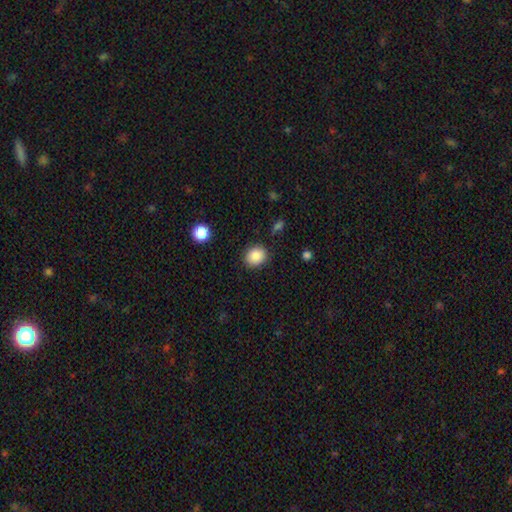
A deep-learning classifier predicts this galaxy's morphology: This appears to be a smooth galaxy with no disk features (86%) that is round (68%). Merging: none (87%).